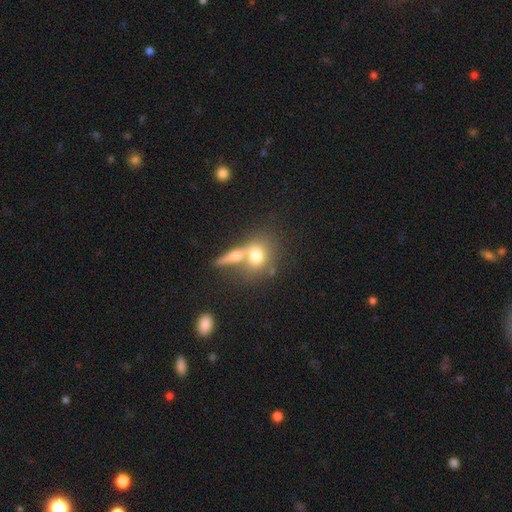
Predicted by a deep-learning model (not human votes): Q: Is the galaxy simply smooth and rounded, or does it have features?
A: smooth — 69%.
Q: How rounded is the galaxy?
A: round — 60%.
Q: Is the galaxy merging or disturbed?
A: merger — 47%.